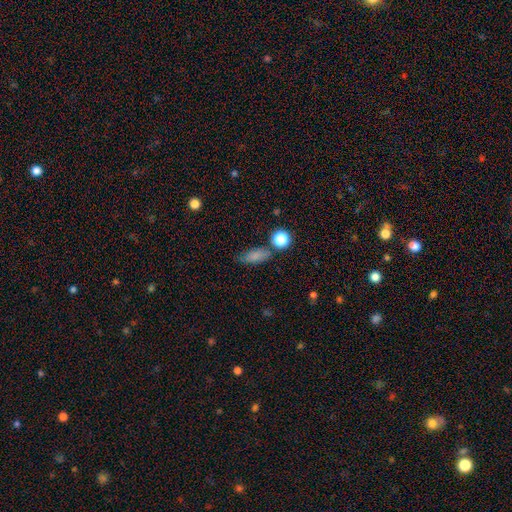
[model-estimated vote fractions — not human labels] Morphology: type=smooth (79%); roundness=in between (74%); merging=none (69%).